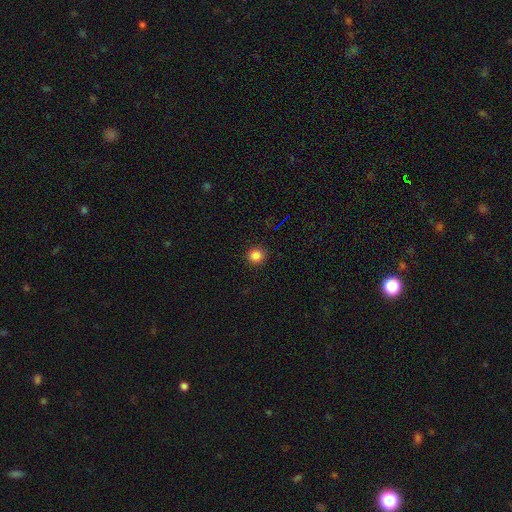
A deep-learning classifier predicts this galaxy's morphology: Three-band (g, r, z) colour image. It shows a smooth galaxy with no disk features (84%) that is round (92%). Merging: none (91%).